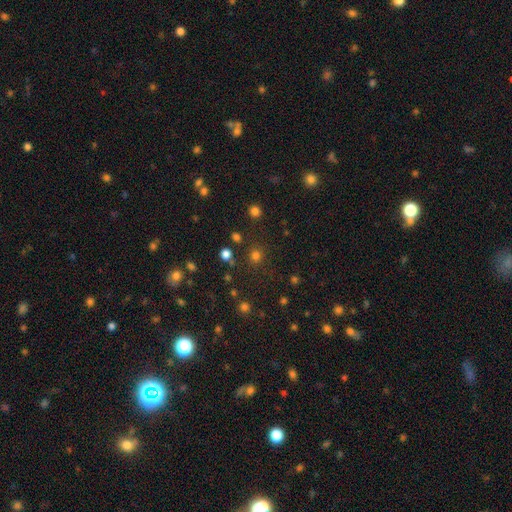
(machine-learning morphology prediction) Q: Smooth or featured?
A: smooth (68%); runner-up: star or artifact (27%)
Q: How rounded?
A: round (91%); runner-up: in between (8%)
Q: Merging?
A: none (86%); runner-up: minor disturbance (7%)